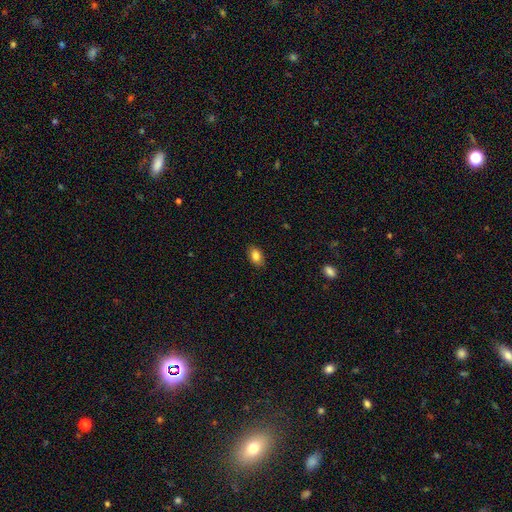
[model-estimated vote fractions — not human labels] Smooth or featured?
  - smooth: 84% *
  - star or artifact: 8%
  - featured or disk: 7%
How rounded?
  - in between: 88% *
  - round: 11%
  - cigar-shaped: 2%
Merging?
  - none: 88% *
  - minor disturbance: 9%
  - major disturbance: 2%
  - merger: 1%